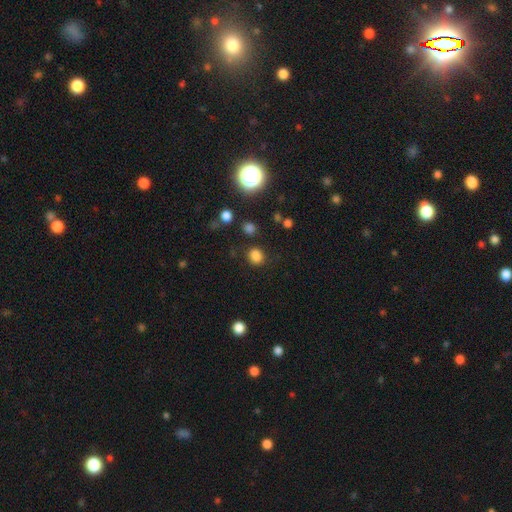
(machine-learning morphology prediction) This is likely a smooth galaxy (78%). How rounded: likely round (69%). Merging: likely none (78%).